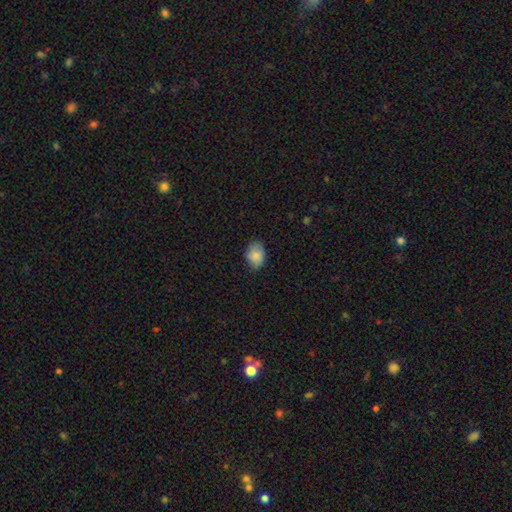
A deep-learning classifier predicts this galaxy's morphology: Smooth or featured?
  - smooth: 86% *
  - star or artifact: 7%
  - featured or disk: 7%
How rounded?
  - in between: 76% *
  - round: 23%
  - cigar-shaped: 1%
Merging?
  - none: 71% *
  - minor disturbance: 23%
  - major disturbance: 4%
  - merger: 1%